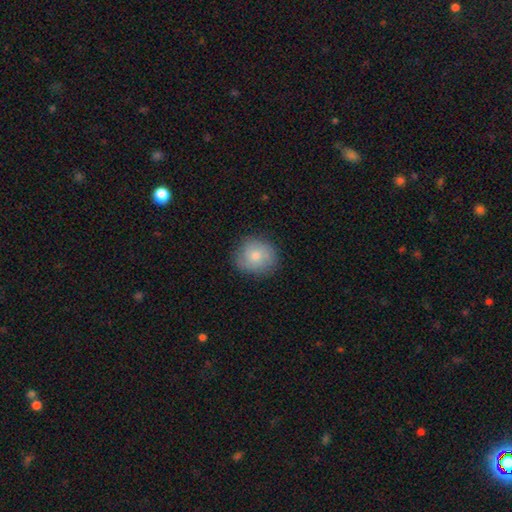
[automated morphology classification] A smooth galaxy with no disk features (75%) that is round (83%).

Vote fractions:
- Smooth or featured? smooth: 75% / featured or disk: 18% / star or artifact: 7%
- How rounded? round: 83% / in between: 16% / cigar-shaped: 1%
- Merging? none: 80% / minor disturbance: 15% / major disturbance: 4% / merger: 1%